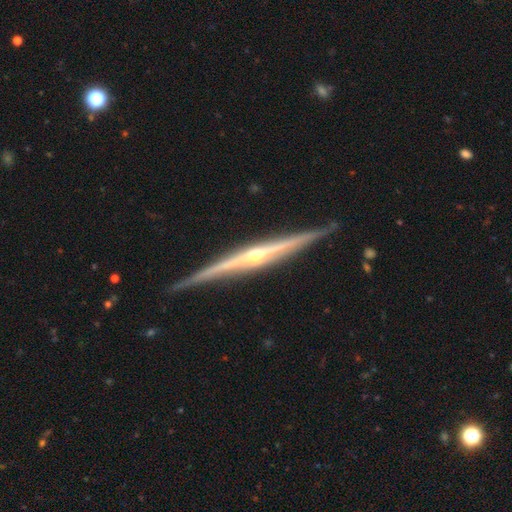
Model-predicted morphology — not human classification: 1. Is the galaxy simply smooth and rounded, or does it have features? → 88% featured or disk, 7% smooth, 5% star or artifact.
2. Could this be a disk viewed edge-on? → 98% yes, 2% no.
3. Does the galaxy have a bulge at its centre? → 86% rounded, 9% none, 5% boxy.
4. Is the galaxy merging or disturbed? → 89% none, 8% minor disturbance, 1% major disturbance, 1% merger.